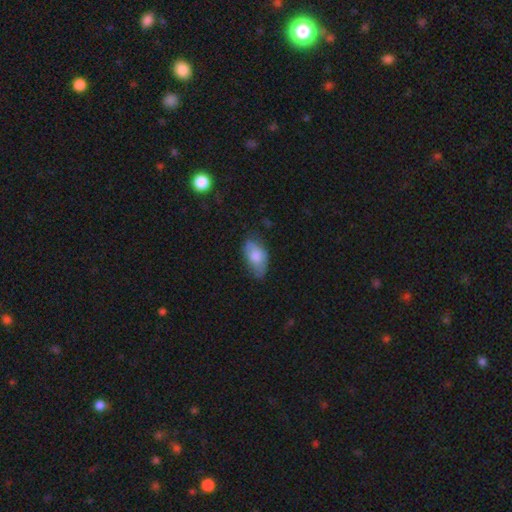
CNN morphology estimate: smooth-or-featured: smooth: 75% | featured or disk: 18% | star or artifact: 7%
  how-rounded: in between: 92% | round: 4% | cigar-shaped: 3%
  merging: none: 53% | minor disturbance: 34% | major disturbance: 11% | merger: 2%